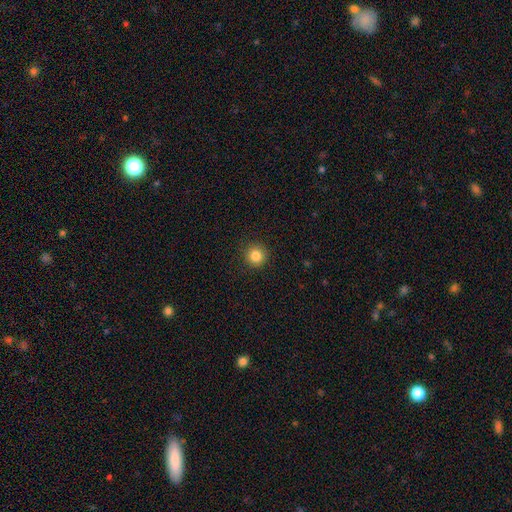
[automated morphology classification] smooth-or-featured: smooth: 84% | star or artifact: 11% | featured or disk: 5%
  how-rounded: round: 95% | in between: 4% | cigar-shaped: 1%
  merging: none: 92% | minor disturbance: 5% | major disturbance: 2% | merger: 1%